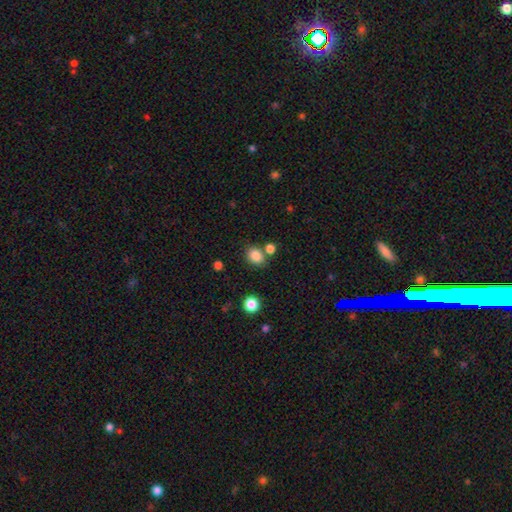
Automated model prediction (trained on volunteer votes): Smooth or featured: smooth — 84% (star or artifact — 11%)
How rounded: round — 50% (in between — 49%)
Merging: none — 68% (merger — 17%)